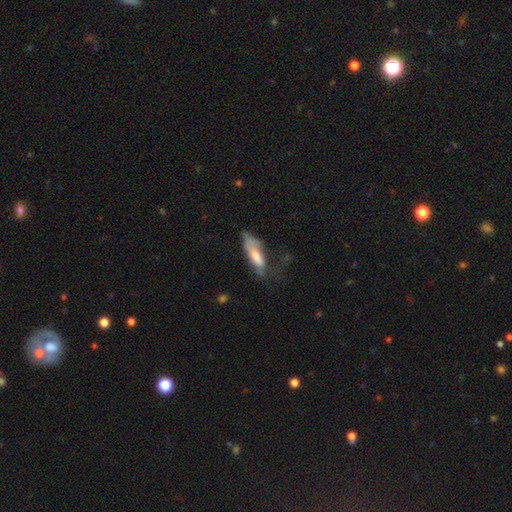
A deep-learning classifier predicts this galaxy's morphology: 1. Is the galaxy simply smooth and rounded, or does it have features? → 54% smooth, 36% featured or disk, 10% star or artifact.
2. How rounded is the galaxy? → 54% in between, 44% cigar-shaped, 2% round.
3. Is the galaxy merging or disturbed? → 36% none, 31% major disturbance, 30% minor disturbance, 3% merger.